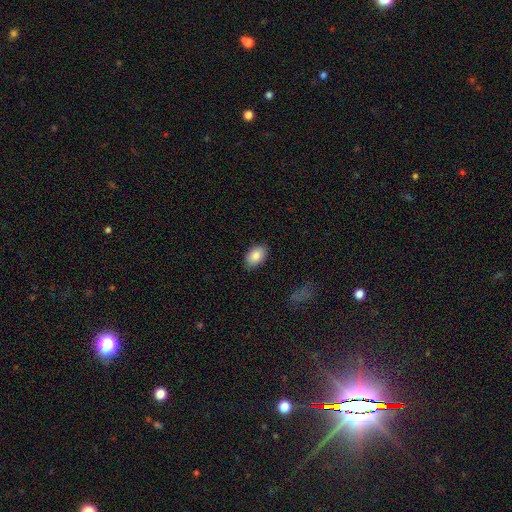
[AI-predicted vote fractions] Q: Smooth or featured?
A: smooth (86%); runner-up: featured or disk (7%)
Q: How rounded?
A: in between (91%); runner-up: round (8%)
Q: Merging?
A: none (88%); runner-up: minor disturbance (9%)